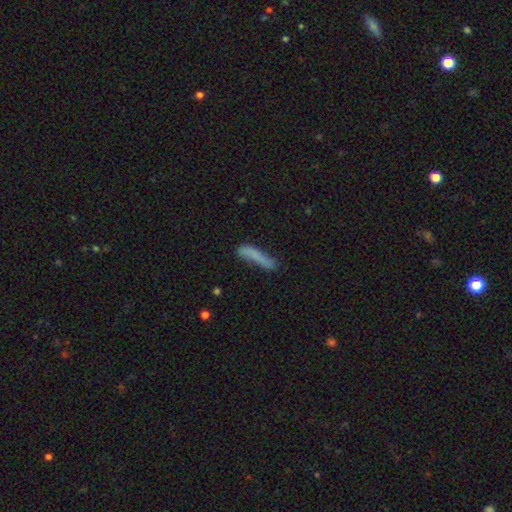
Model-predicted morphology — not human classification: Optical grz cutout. It shows a smooth galaxy with no disk features (74%) that is cigar-shaped (88%). Merging: none (62%).